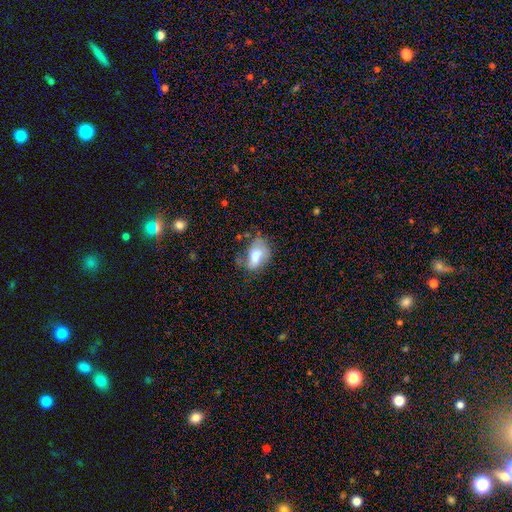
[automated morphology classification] A smooth galaxy with no disk features (59%) that is in between round and cigar-shaped (87%). Merging: none (38%).